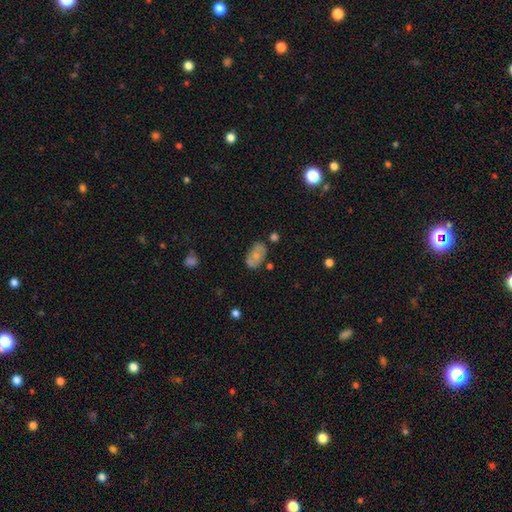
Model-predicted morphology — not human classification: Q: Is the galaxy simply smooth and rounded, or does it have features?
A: smooth — 63%.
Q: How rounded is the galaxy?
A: in between — 90%.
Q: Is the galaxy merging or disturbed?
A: none — 66%.